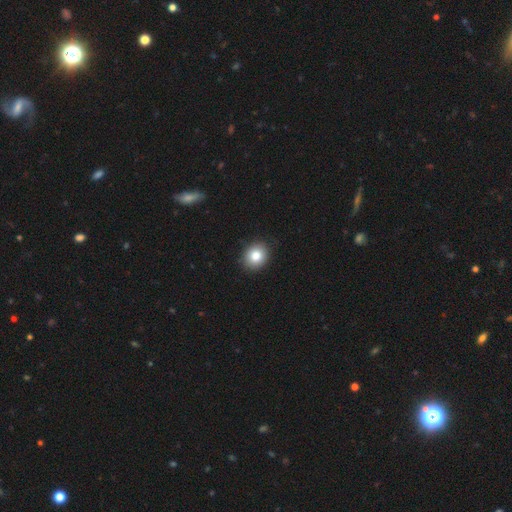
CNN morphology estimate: Smooth or featured? smooth (84%)
How rounded? round (63%)
Merging? none (90%)